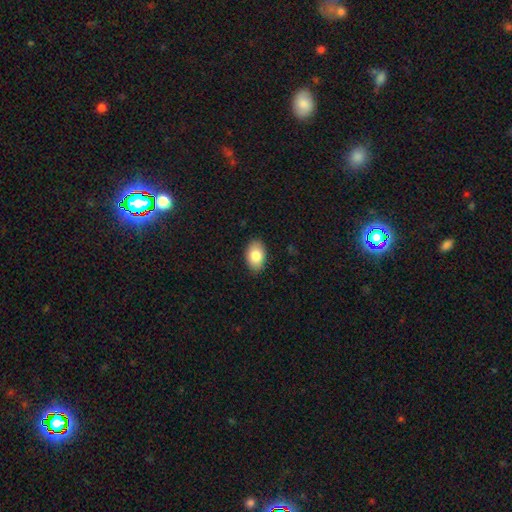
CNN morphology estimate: The model was most divided on "smooth or featured": smooth: 84%, featured or disk: 9%, star or artifact: 7%. More confident: how rounded — in between (89%); merging — none (87%).